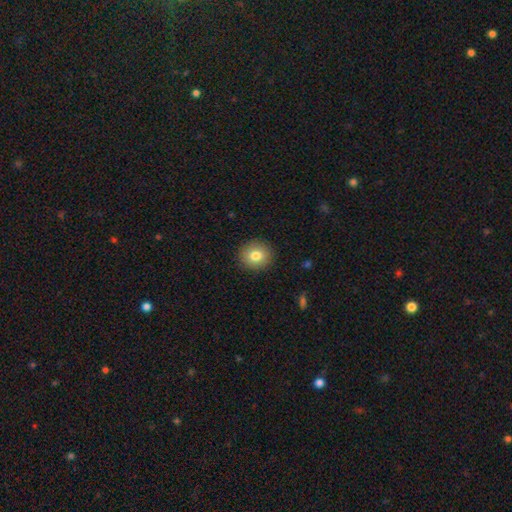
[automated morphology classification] Q: Smooth or featured?
A: smooth (80%); runner-up: featured or disk (10%)
Q: How rounded?
A: round (85%); runner-up: in between (14%)
Q: Merging?
A: none (91%); runner-up: minor disturbance (6%)